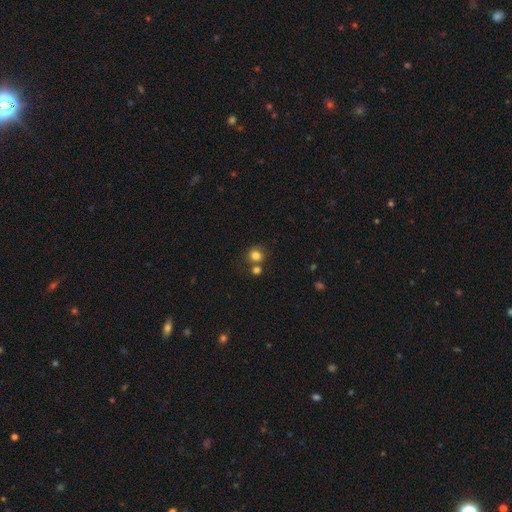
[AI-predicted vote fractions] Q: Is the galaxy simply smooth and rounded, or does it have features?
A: smooth — 81%.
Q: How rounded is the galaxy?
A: round — 83%.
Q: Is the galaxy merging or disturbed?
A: none — 61%.